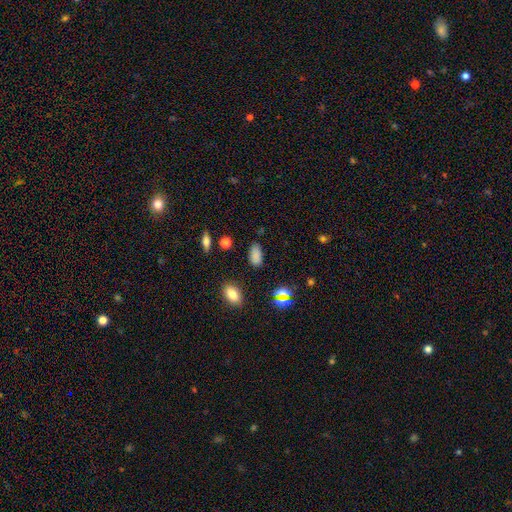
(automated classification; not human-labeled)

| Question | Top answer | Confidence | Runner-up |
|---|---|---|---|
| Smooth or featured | smooth | 78% | star or artifact (16%) |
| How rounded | in between | 90% | round (5%) |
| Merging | none | 80% | minor disturbance (14%) |